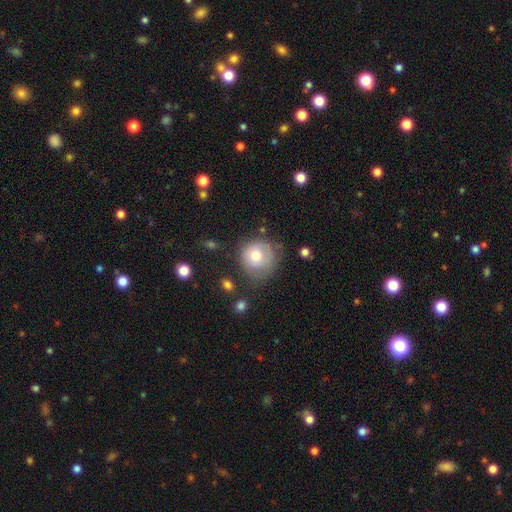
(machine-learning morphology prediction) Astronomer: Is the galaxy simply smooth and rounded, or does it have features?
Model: smooth — 70%.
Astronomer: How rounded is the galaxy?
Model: round — 87%.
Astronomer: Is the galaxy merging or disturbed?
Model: none — 55%.